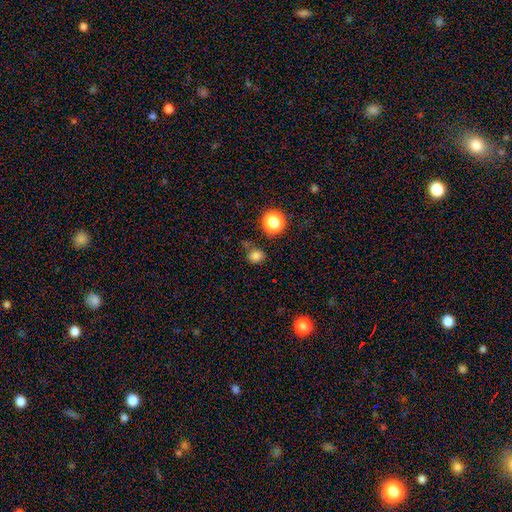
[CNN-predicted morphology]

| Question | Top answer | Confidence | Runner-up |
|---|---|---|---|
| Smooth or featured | smooth | 78% | star or artifact (17%) |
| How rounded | round | 70% | in between (29%) |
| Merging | none | 74% | minor disturbance (15%) |